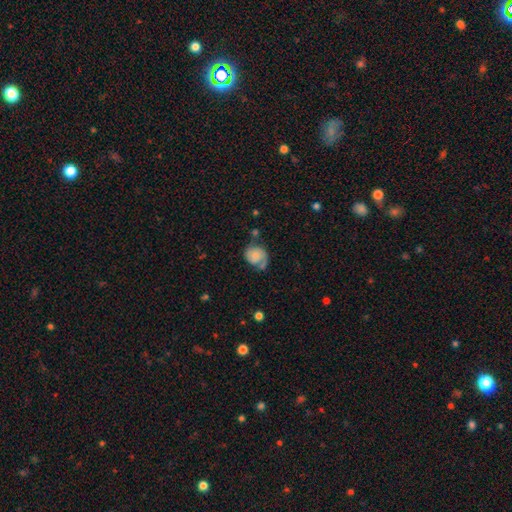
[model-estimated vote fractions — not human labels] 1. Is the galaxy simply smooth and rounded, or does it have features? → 52% smooth, 40% featured or disk, 9% star or artifact.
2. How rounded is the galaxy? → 58% round, 41% in between, 1% cigar-shaped.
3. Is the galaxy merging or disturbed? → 41% none, 30% minor disturbance, 20% major disturbance, 9% merger.